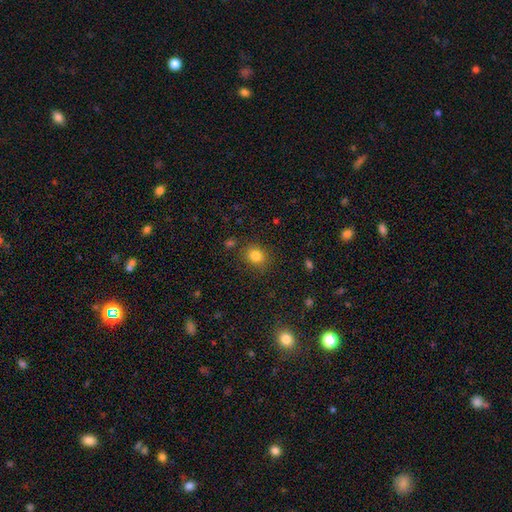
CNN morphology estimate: Q: Smooth or featured?
A: smooth (82%); runner-up: star or artifact (12%)
Q: How rounded?
A: round (71%); runner-up: in between (28%)
Q: Merging?
A: none (83%); runner-up: minor disturbance (11%)